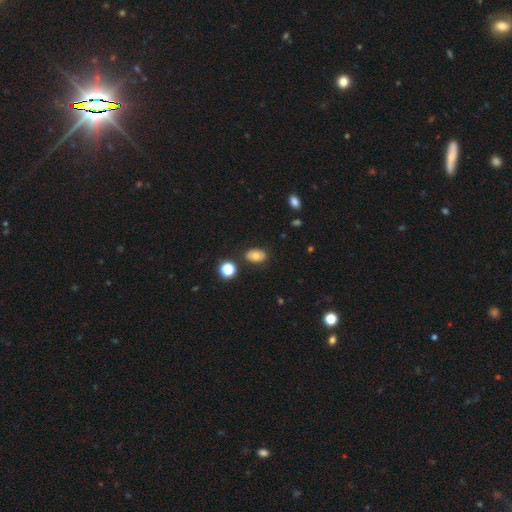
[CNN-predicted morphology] Smooth or featured? Predicted: smooth (p=0.72). How rounded? Predicted: in between (p=0.83). Merging? Predicted: none (p=0.81).